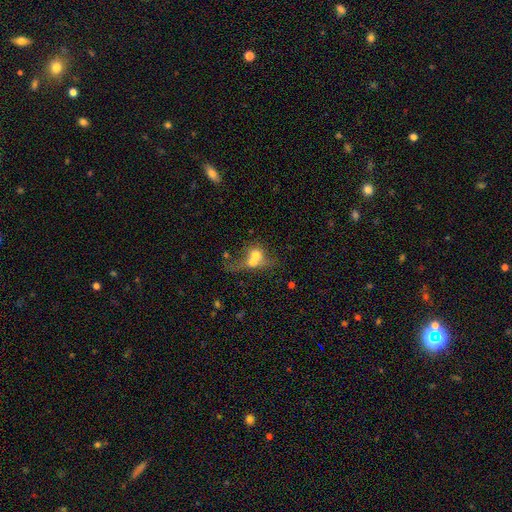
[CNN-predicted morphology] A smooth galaxy with no disk features (61%) that is round (68%).

Vote fractions:
- Smooth or featured? smooth: 61% / featured or disk: 28% / star or artifact: 11%
- How rounded? round: 68% / in between: 30% / cigar-shaped: 2%
- Merging? merger: 72% / none: 15% / major disturbance: 8% / minor disturbance: 5%